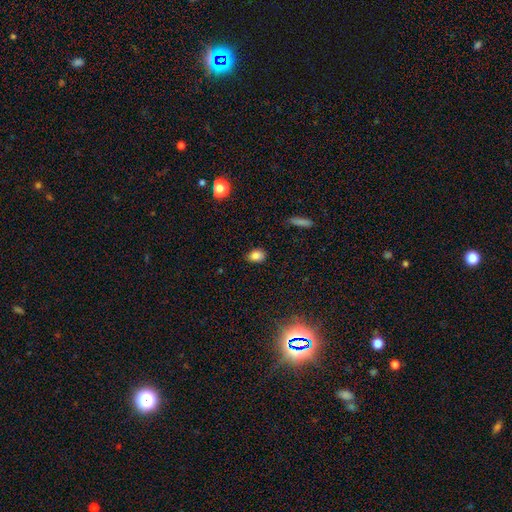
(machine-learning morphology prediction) This is clearly a smooth galaxy (84%). How rounded: likely in between (72%). Merging: clearly none (85%).